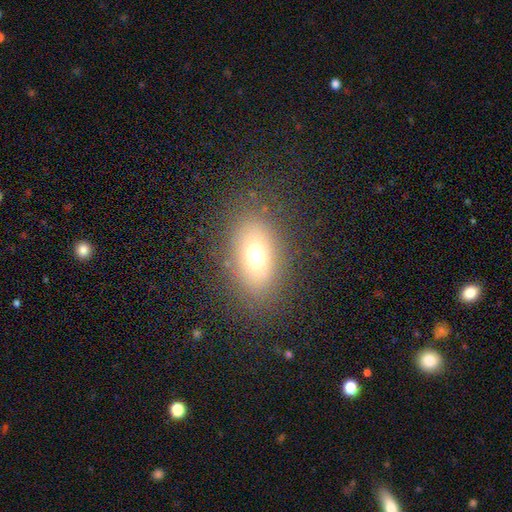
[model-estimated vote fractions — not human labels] smooth-or-featured: smooth: 69% | featured or disk: 18% | star or artifact: 13%
  how-rounded: in between: 83% | round: 13% | cigar-shaped: 5%
  merging: none: 84% | minor disturbance: 10% | major disturbance: 5% | merger: 1%